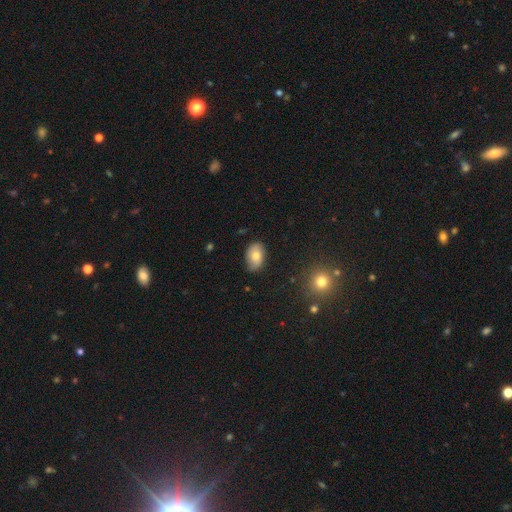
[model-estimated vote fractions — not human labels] Q: Smooth or featured?
A: smooth (73%); runner-up: featured or disk (18%)
Q: How rounded?
A: in between (87%); runner-up: round (12%)
Q: Merging?
A: none (76%); runner-up: minor disturbance (20%)